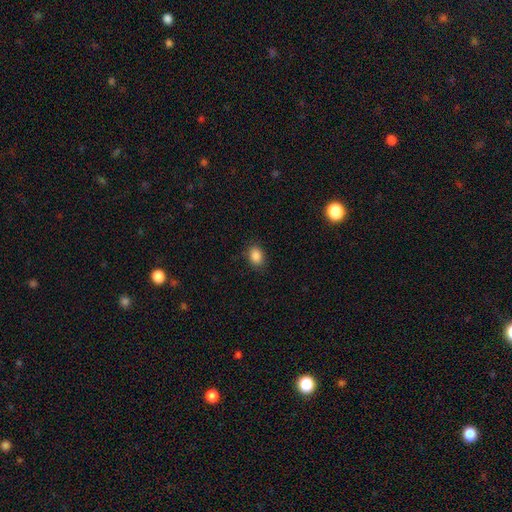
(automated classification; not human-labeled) Smooth or featured: smooth — 87% (star or artifact — 9%)
How rounded: in between — 72% (round — 27%)
Merging: none — 86% (minor disturbance — 10%)